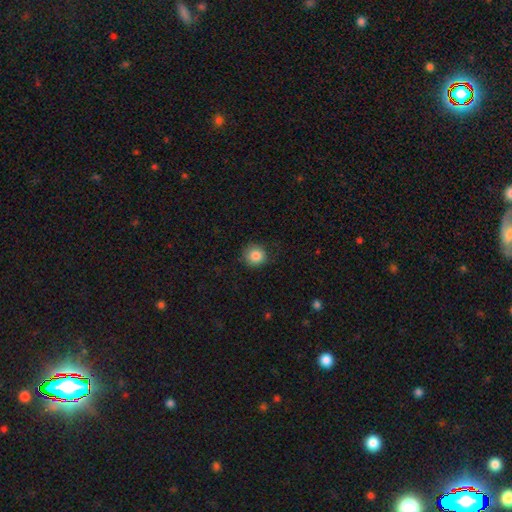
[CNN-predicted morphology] smooth-or-featured: smooth: 85% | star or artifact: 10% | featured or disk: 5%
  how-rounded: round: 93% | in between: 6% | cigar-shaped: 1%
  merging: none: 83% | minor disturbance: 12% | major disturbance: 3% | merger: 1%